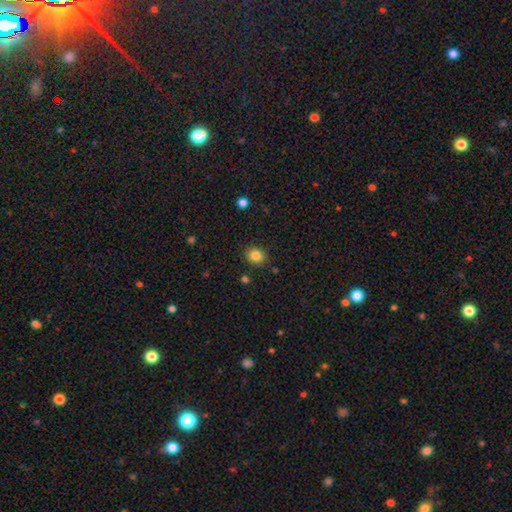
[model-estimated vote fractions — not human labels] A smooth galaxy with no disk features (84%) that is round (70%). Merging: none (87%).